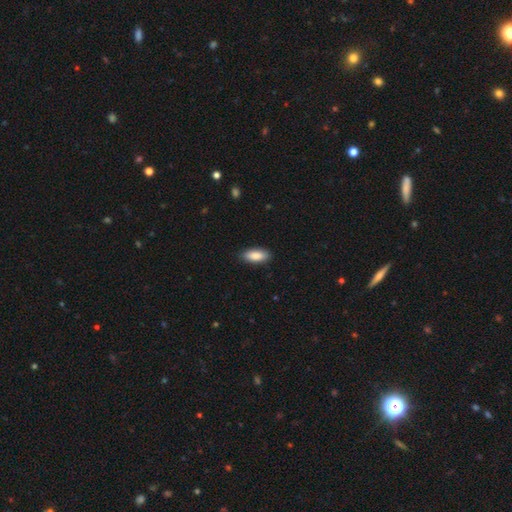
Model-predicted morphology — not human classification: Overall: smooth (88%). How rounded: in between (83%). Merging: none (89%).